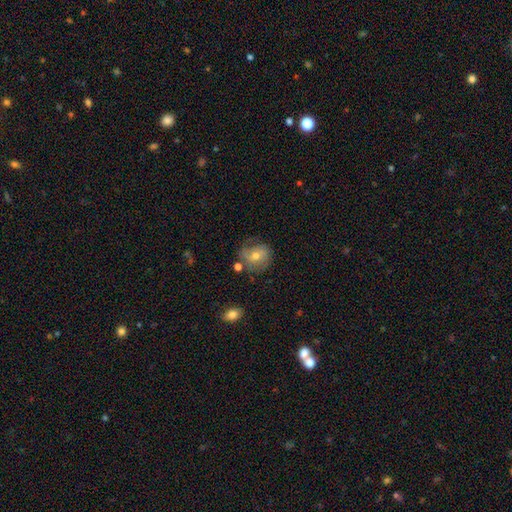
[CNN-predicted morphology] Smooth or featured? featured or disk (45%)
Merging? none (63%)